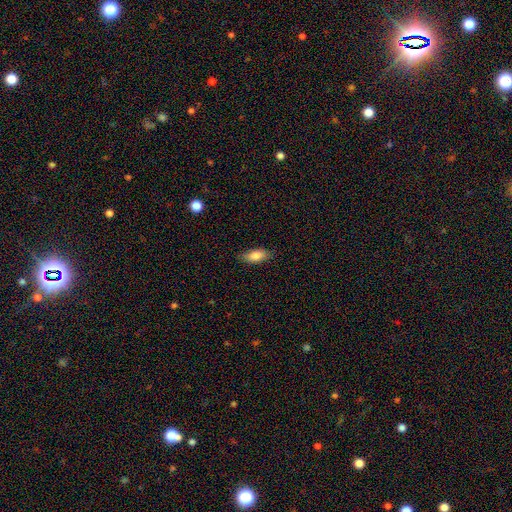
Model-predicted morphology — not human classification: Smooth or featured?
  - smooth: 84% *
  - featured or disk: 10%
  - star or artifact: 7%
How rounded?
  - in between: 79% *
  - cigar-shaped: 18%
  - round: 3%
Merging?
  - none: 84% *
  - minor disturbance: 13%
  - major disturbance: 3%
  - merger: 1%